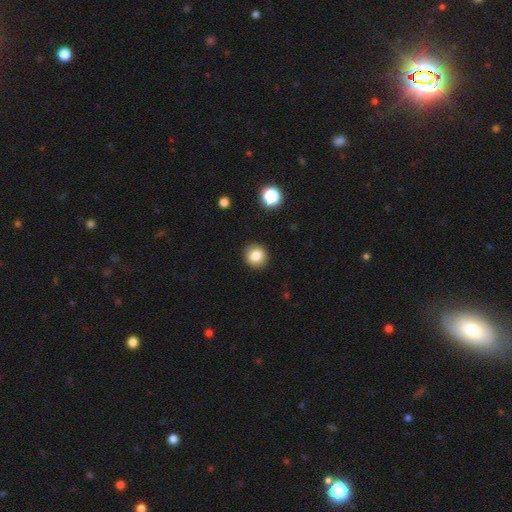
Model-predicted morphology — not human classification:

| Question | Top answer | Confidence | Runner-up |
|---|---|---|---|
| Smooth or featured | smooth | 82% | star or artifact (11%) |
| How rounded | round | 87% | in between (12%) |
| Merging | none | 91% | minor disturbance (6%) |